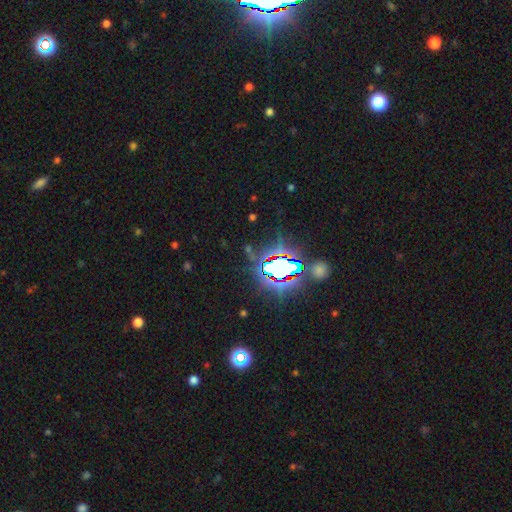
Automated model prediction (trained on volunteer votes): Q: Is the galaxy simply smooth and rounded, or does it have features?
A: star or artifact — 77%.